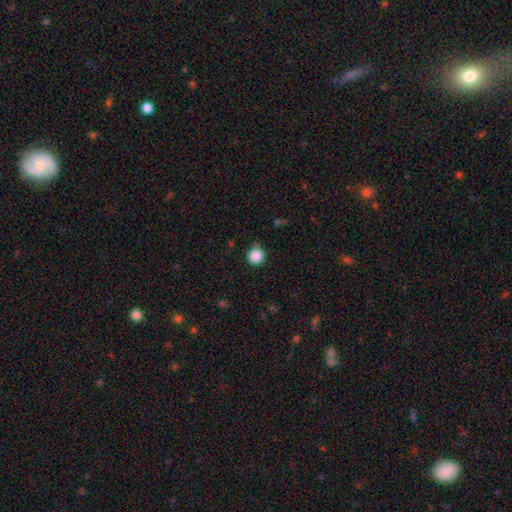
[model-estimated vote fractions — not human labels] This appears to be a smooth galaxy with no disk features (87%) that is round (94%). Merging: none (84%).